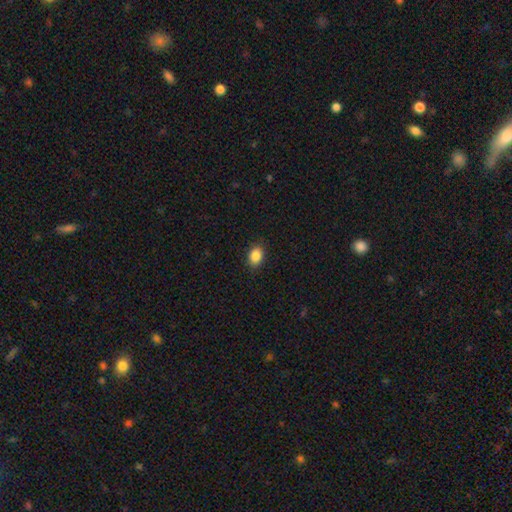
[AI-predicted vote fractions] Smooth or featured? smooth (87%)
How rounded? in between (74%)
Merging? none (89%)